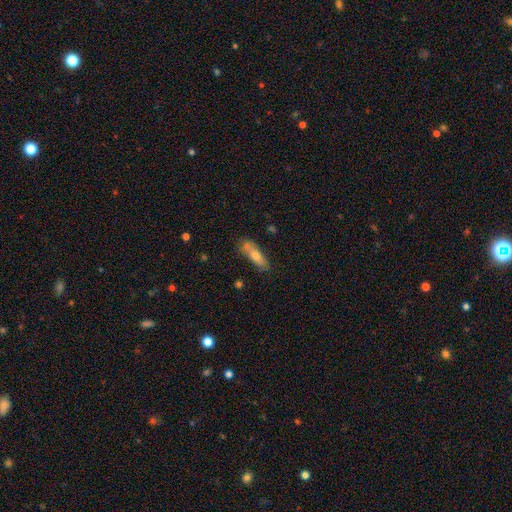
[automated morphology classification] A smooth galaxy with no disk features (66%) that is cigar-shaped (53%).

Vote fractions:
- Smooth or featured? smooth: 66% / featured or disk: 28% / star or artifact: 7%
- How rounded? cigar-shaped: 53% / in between: 44% / round: 3%
- Merging? none: 67% / minor disturbance: 20% / merger: 8% / major disturbance: 5%